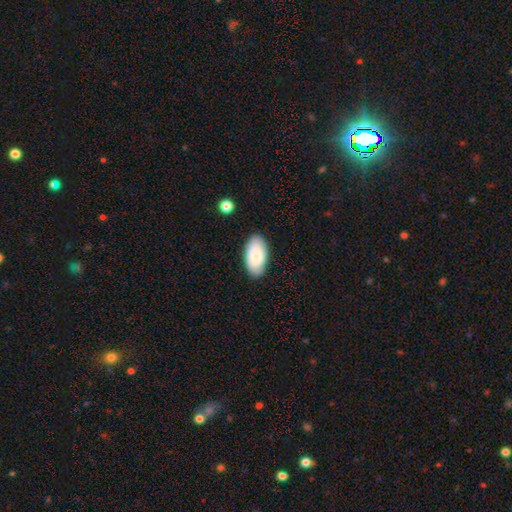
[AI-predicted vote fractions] A smooth galaxy with no disk features (79%) that is in between round and cigar-shaped (95%).

Vote fractions:
- Smooth or featured? smooth: 79% / featured or disk: 15% / star or artifact: 6%
- How rounded? in between: 95% / round: 3% / cigar-shaped: 2%
- Merging? none: 84% / minor disturbance: 12% / major disturbance: 2% / merger: 1%